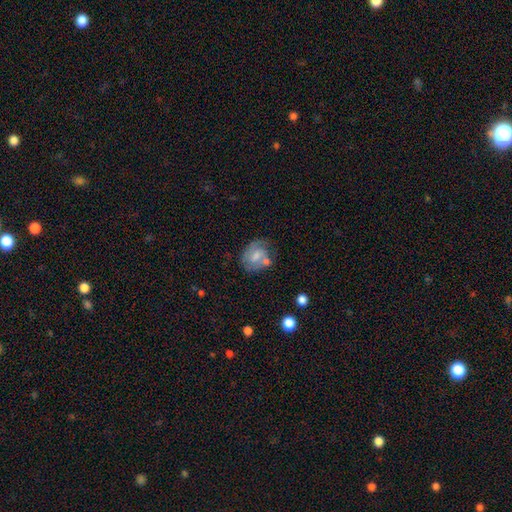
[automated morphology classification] Q: Smooth or featured?
A: smooth (48%); runner-up: featured or disk (44%)
Q: Merging?
A: none (45%); runner-up: minor disturbance (24%)